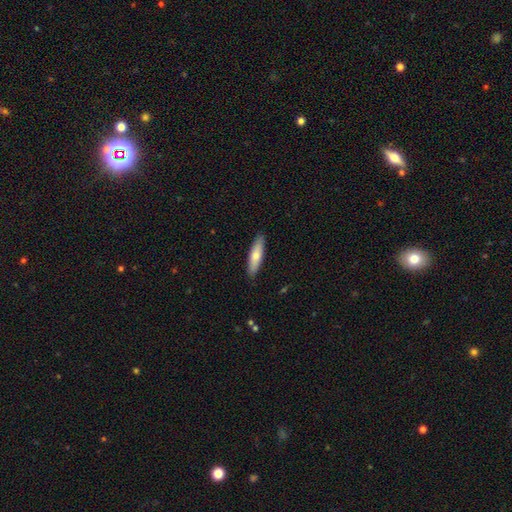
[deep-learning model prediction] A smooth galaxy with no disk features (66%) that is cigar-shaped (73%). Merging: none (90%).